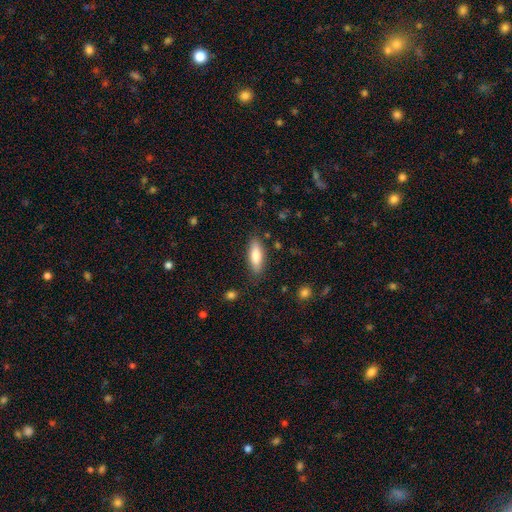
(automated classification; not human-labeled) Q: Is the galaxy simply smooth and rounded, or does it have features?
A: smooth — 75%.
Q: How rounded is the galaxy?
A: in between — 57%.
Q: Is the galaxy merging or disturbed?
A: none — 83%.